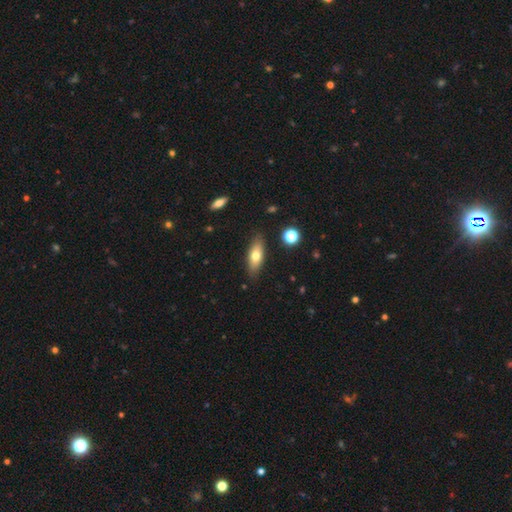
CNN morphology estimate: smooth-or-featured: smooth: 67% | featured or disk: 26% | star or artifact: 7%
  how-rounded: in between: 66% | cigar-shaped: 31% | round: 3%
  merging: none: 85% | minor disturbance: 11% | major disturbance: 2% | merger: 2%